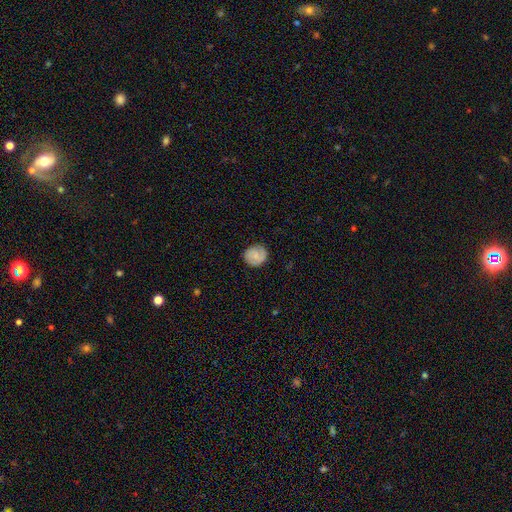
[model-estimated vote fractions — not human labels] This appears to be a smooth galaxy with no disk features (60%) that is round (84%). Merging: none (83%).